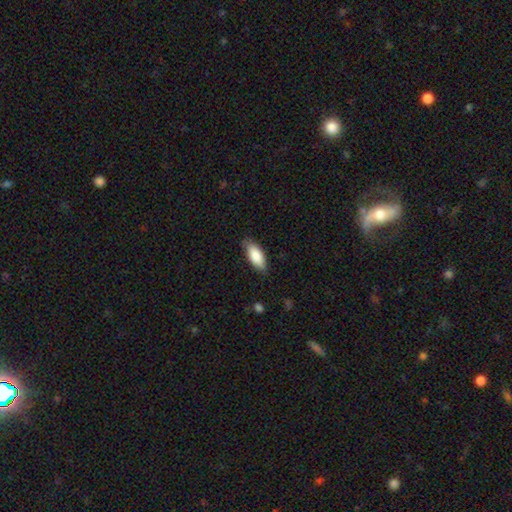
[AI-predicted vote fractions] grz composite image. It shows a smooth galaxy with no disk features (85%) that is in between round and cigar-shaped (84%). Merging: none (79%).